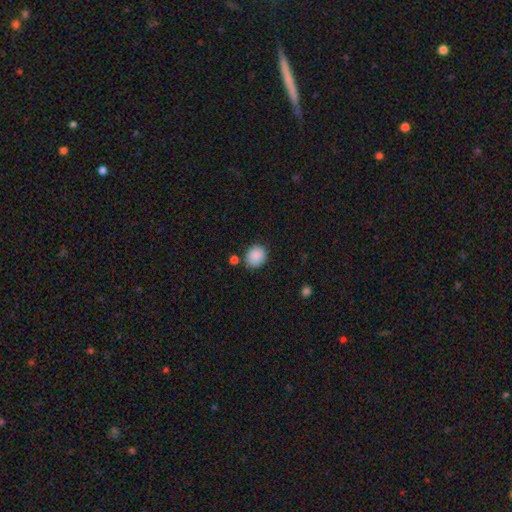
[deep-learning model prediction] The model was most divided on "how rounded": round: 70%, in between: 29%, cigar-shaped: 1%. More confident: smooth or featured — smooth (89%); merging — none (79%).